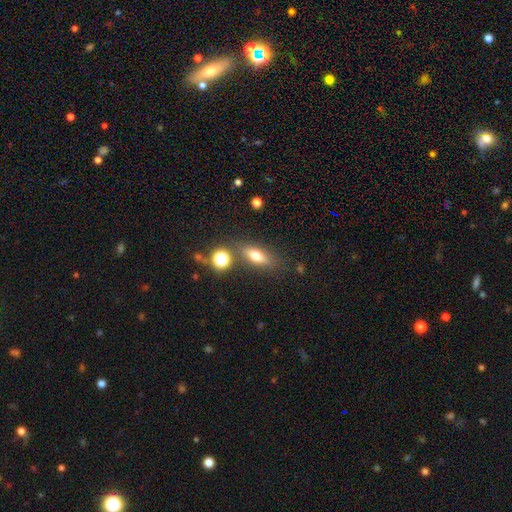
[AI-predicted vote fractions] Overall: smooth (66%). How rounded: in between (60%; cigar-shaped 32%). Merging: none (77%).